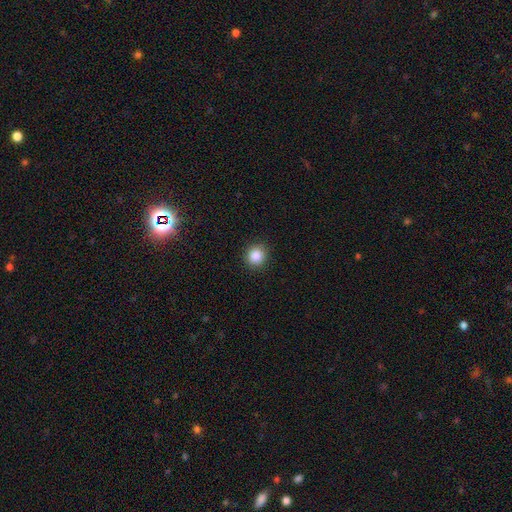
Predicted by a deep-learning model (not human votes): Smooth or featured? Predicted: smooth (p=0.87). How rounded? Predicted: round (p=0.89). Merging? Predicted: none (p=0.91).